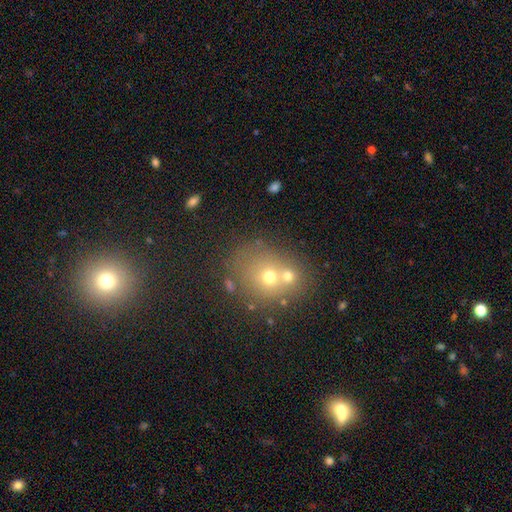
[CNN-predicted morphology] Q: Smooth or featured?
A: smooth (55%); runner-up: star or artifact (28%)
Q: How rounded?
A: round (72%); runner-up: in between (27%)
Q: Merging?
A: none (51%); runner-up: merger (37%)